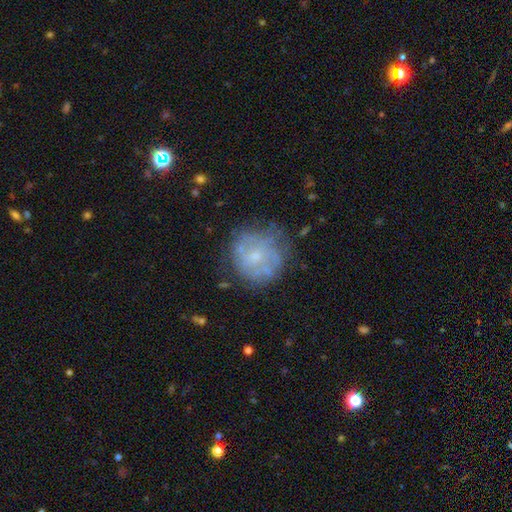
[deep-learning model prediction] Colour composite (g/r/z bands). It shows a featured or disk galaxy (58%) with no bar (77%), spiral arms (52%) and a small central bulge (57%). Merging: none (66%).